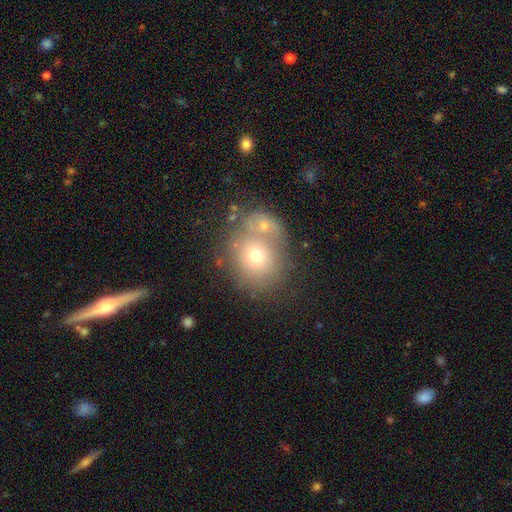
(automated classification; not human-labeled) smooth_or_featured: smooth (p=0.67) [alt: featured or disk p=0.21]
how_rounded: round (p=0.76) [alt: in between p=0.23]
merging: none (p=0.43) [alt: merger p=0.40]